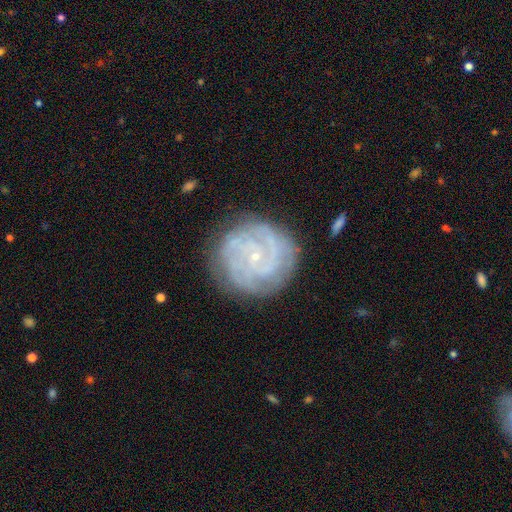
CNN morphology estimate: Smooth or featured? Predicted: featured or disk (p=0.82). Edge-on disk? Predicted: no (p=0.98). Bar? Predicted: no (p=0.72). Spiral arms? Predicted: yes (p=0.94). Spiral winding? Predicted: tight (p=0.73). Spiral arm count? Predicted: can't tell (p=0.30). Bulge size? Predicted: small (p=0.88). Merging? Predicted: none (p=0.80).